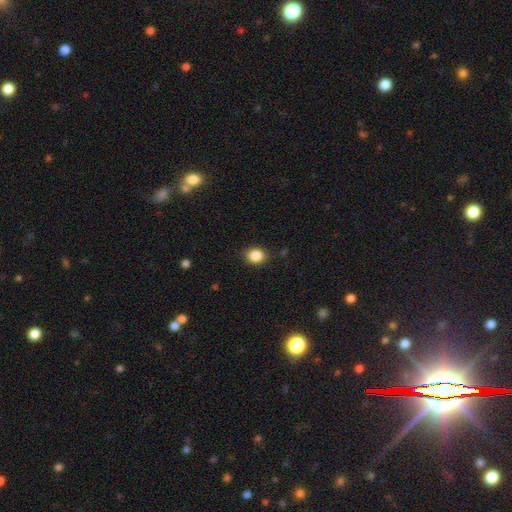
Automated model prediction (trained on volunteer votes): smooth 87%, star or artifact 9%, featured or disk 4%. Down the decision tree: how rounded — round (53%); merging — none (86%).